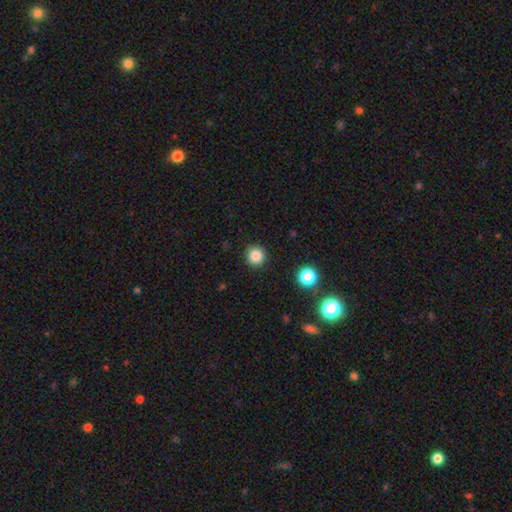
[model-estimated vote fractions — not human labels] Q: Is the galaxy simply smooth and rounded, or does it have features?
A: smooth — 84%.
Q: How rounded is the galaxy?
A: round — 95%.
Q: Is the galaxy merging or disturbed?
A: none — 92%.